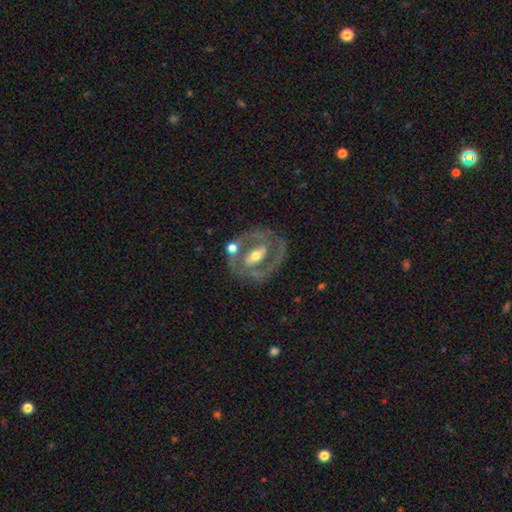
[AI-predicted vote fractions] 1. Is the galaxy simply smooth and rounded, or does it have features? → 80% featured or disk, 14% smooth, 6% star or artifact.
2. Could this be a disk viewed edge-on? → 94% no, 6% yes.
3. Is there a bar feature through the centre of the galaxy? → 45% strong, 32% weak, 23% no.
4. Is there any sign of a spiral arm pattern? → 63% yes, 37% no.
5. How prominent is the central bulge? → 68% moderate, 24% small, 6% large, 1% none, 1% dominant.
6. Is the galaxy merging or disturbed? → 65% none, 16% minor disturbance, 9% merger, 9% major disturbance.